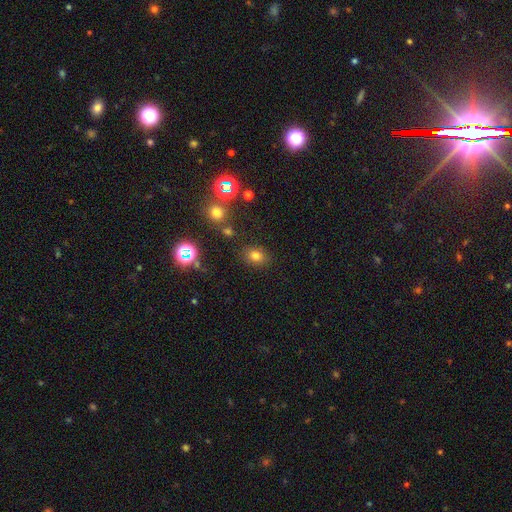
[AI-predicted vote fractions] The model was most divided on "how rounded" (2-way tie): round: 49%, in between: 49%, cigar-shaped: 1%. More confident: merging — none (82%); smooth or featured — smooth (72%).